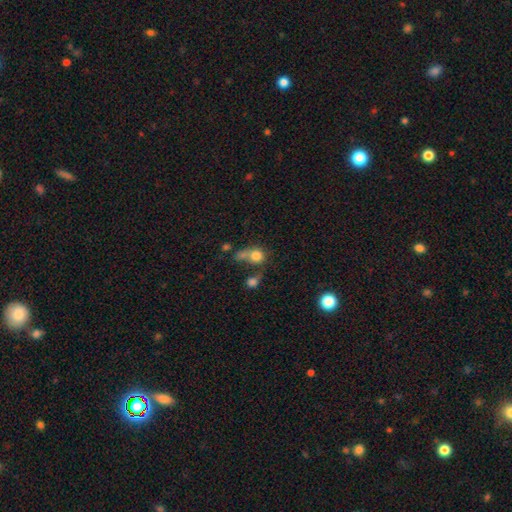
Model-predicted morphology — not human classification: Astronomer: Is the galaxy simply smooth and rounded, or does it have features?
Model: smooth — 76%.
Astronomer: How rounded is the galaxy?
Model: round — 75%.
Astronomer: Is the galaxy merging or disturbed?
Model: merger — 44% (runner-up: none, 29%).